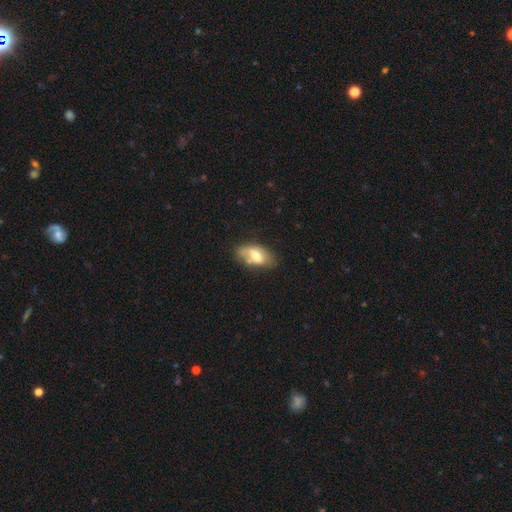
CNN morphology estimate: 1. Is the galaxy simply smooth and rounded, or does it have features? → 61% smooth, 31% featured or disk, 7% star or artifact.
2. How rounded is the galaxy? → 91% in between, 5% cigar-shaped, 4% round.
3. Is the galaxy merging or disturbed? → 51% none, 29% minor disturbance, 10% major disturbance, 9% merger.